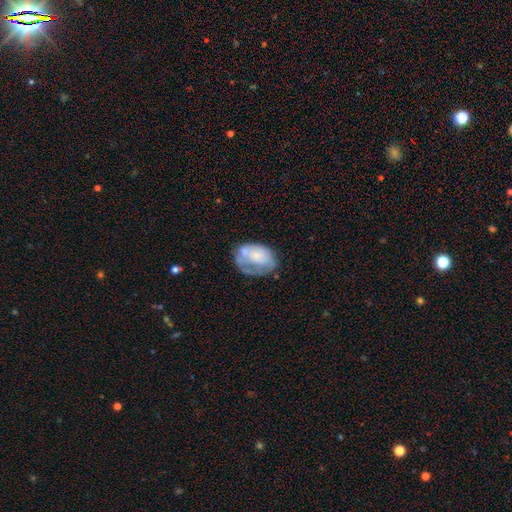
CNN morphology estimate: A featured or disk galaxy (47%).

Vote fractions:
- Smooth or featured? featured or disk: 47% / smooth: 45% / star or artifact: 8%
- Merging? none: 35% / minor disturbance: 27% / major disturbance: 24% / merger: 14%